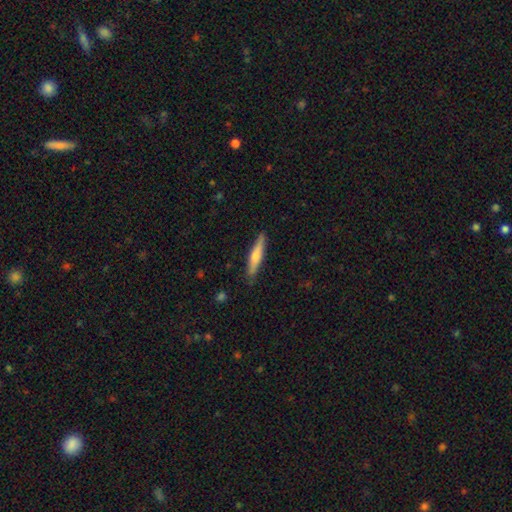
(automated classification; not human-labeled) Q: Smooth or featured?
A: smooth (52%); runner-up: featured or disk (42%)
Q: How rounded?
A: cigar-shaped (90%); runner-up: in between (8%)
Q: Merging?
A: none (89%); runner-up: minor disturbance (8%)